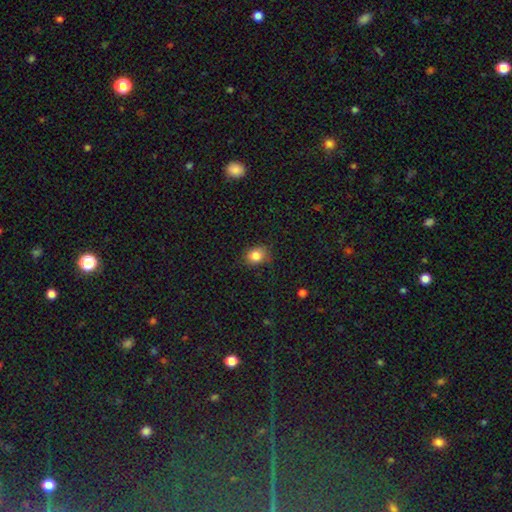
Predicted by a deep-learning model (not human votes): smooth 83%, star or artifact 11%, featured or disk 6%. Down the decision tree: how rounded — round (58%); merging — none (81%).